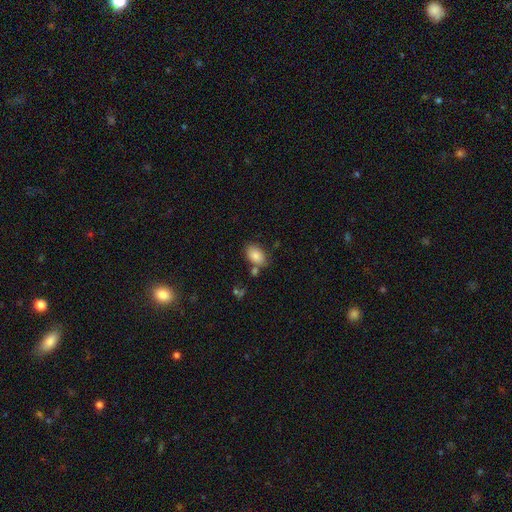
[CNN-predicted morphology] type=smooth (84%); roundness=in between (87%); merging=none (68%).